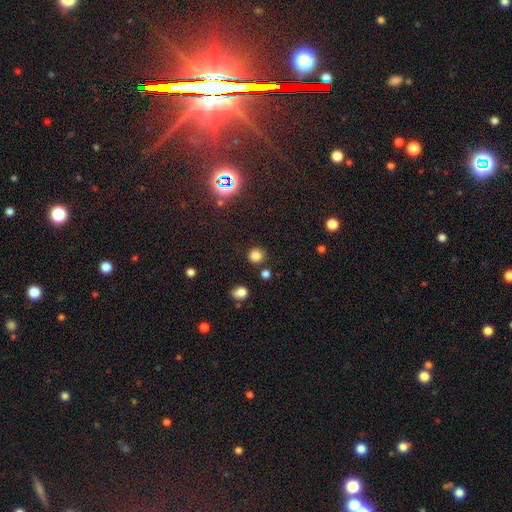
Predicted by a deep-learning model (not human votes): A smooth galaxy with no disk features (79%) that is round (91%). Merging: none (84%).